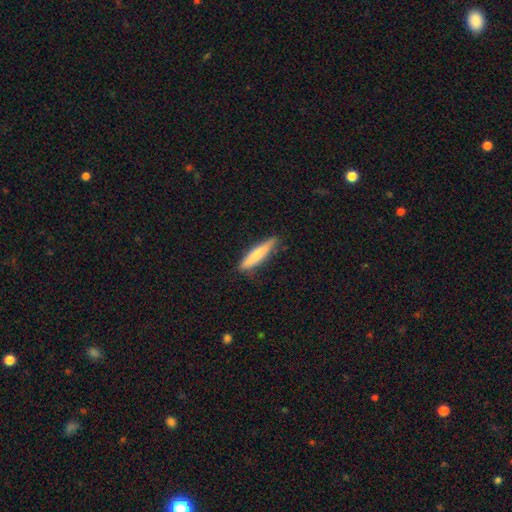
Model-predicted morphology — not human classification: smooth-or-featured: smooth: 63% | featured or disk: 31% | star or artifact: 6%
  how-rounded: cigar-shaped: 89% | in between: 10% | round: 1%
  merging: none: 86% | minor disturbance: 11% | major disturbance: 2% | merger: 1%